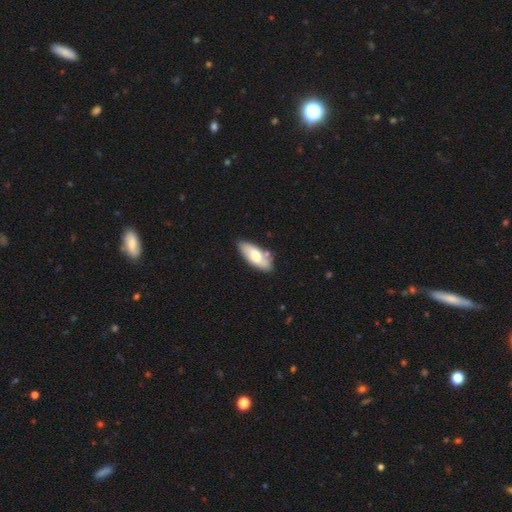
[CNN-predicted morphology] type=smooth (63%); roundness=in between (80%); merging=none (71%).